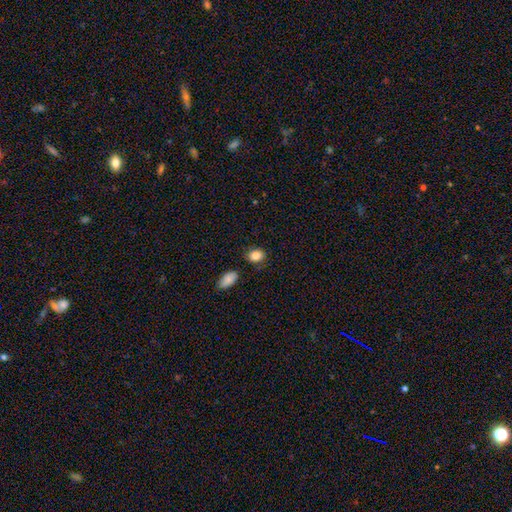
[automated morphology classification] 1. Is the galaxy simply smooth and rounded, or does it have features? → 86% smooth, 9% star or artifact, 5% featured or disk.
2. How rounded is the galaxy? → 60% in between, 39% round, 1% cigar-shaped.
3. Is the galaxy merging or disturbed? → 79% none, 13% minor disturbance, 4% merger, 3% major disturbance.